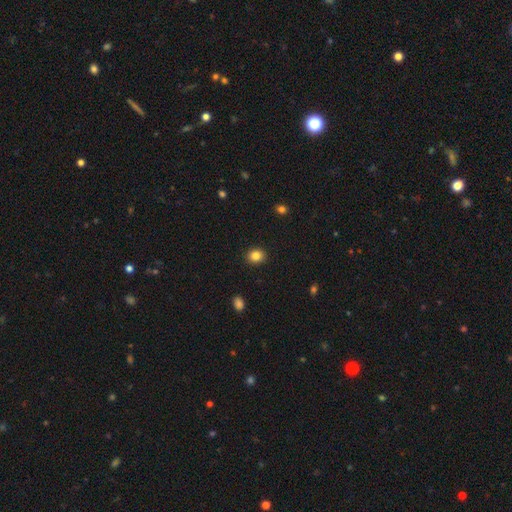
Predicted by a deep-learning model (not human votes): smooth_or_featured: smooth (p=0.85) [alt: star or artifact p=0.10]
how_rounded: round (p=0.68) [alt: in between p=0.31]
merging: none (p=0.91) [alt: minor disturbance p=0.06]